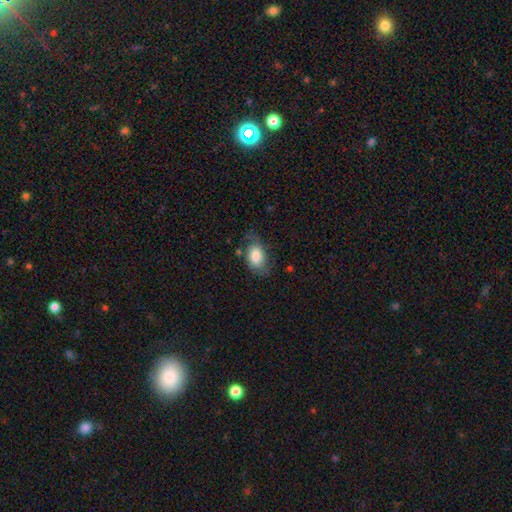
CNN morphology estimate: smooth 68%, featured or disk 24%, star or artifact 7%. Down the decision tree: how rounded — in between (87%); merging — none (52%).